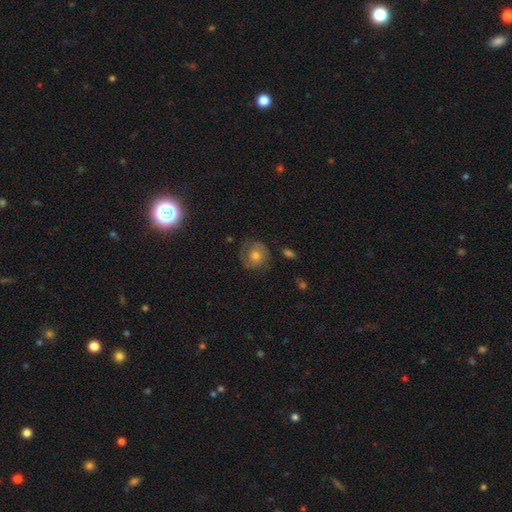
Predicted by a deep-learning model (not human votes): This is possibly a featured or disk galaxy (51%). It is clearly not viewed edge-on (97%). Merging: likely none (75%).